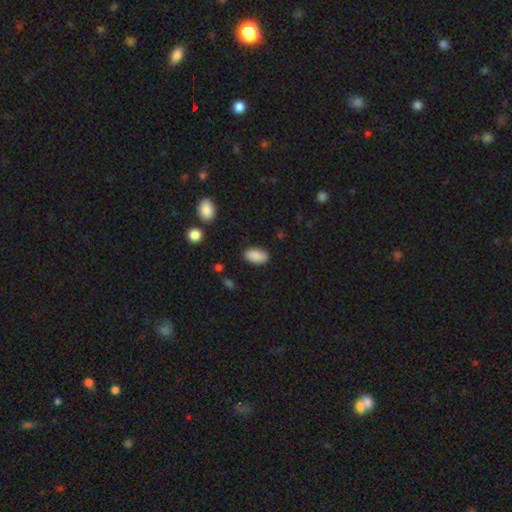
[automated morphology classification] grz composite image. It shows a smooth galaxy with no disk features (89%) that is in between round and cigar-shaped (94%). Merging: none (86%).